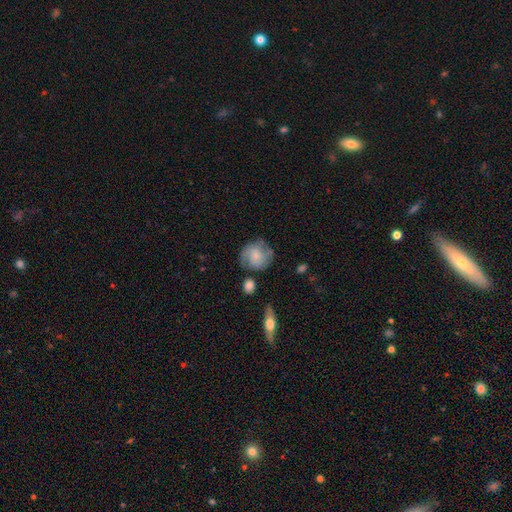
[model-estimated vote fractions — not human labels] This is possibly a smooth galaxy (48%). Merging: likely none (64%).